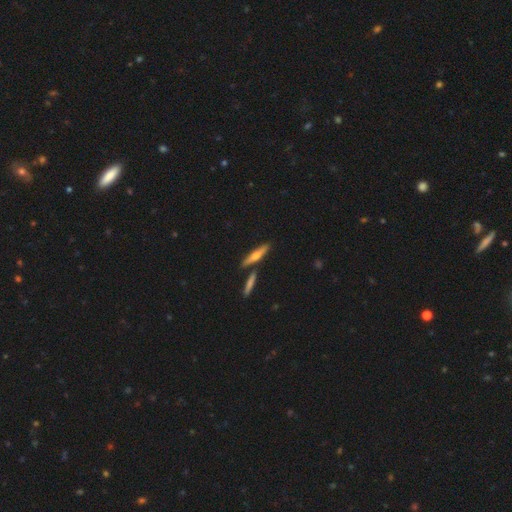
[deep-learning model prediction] smooth_or_featured: smooth (p=0.48) [alt: featured or disk p=0.46]
merging: none (p=0.78) [alt: merger p=0.11]